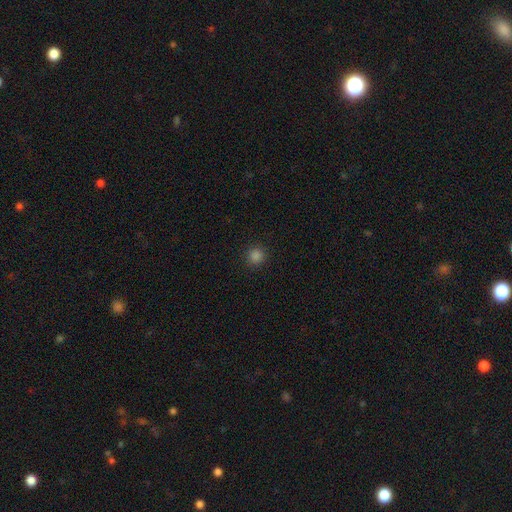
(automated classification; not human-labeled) A smooth galaxy with no disk features (84%) that is round (94%). Merging: none (91%).